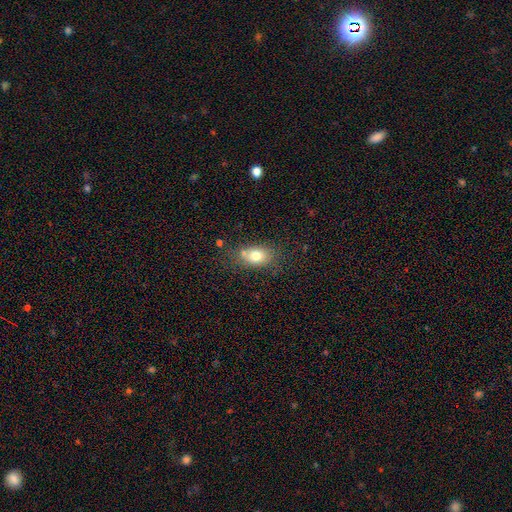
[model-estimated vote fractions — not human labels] This is likely a smooth galaxy (75%). How rounded: likely in between (75%). Merging: likely none (64%).